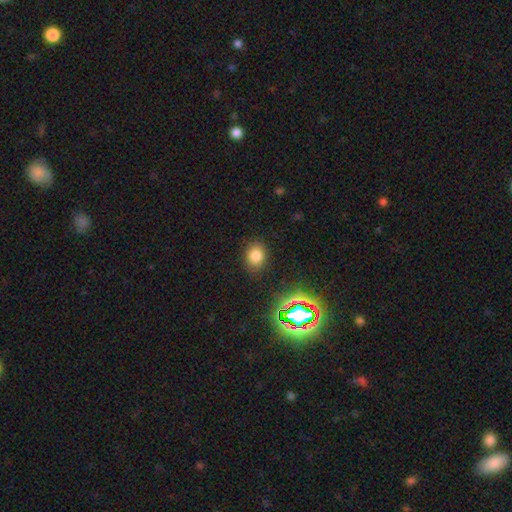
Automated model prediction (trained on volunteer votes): smooth_or_featured: smooth (p=0.78) [alt: star or artifact p=0.16]
how_rounded: in between (p=0.49) [tied with: round p=0.49]
merging: none (p=0.86) [alt: minor disturbance p=0.10]